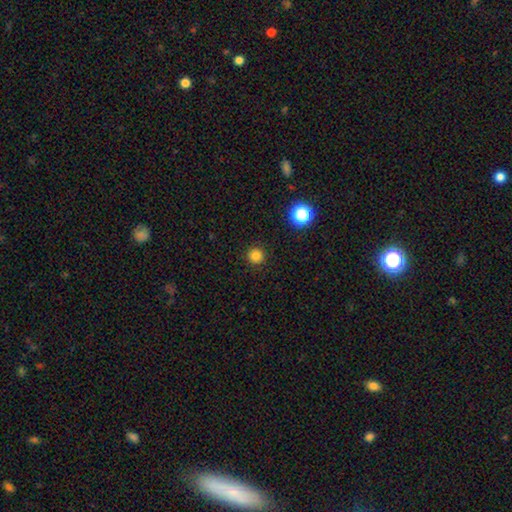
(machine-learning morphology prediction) Q: Smooth or featured?
A: smooth (82%); runner-up: star or artifact (14%)
Q: How rounded?
A: round (96%); runner-up: in between (3%)
Q: Merging?
A: none (93%); runner-up: minor disturbance (4%)